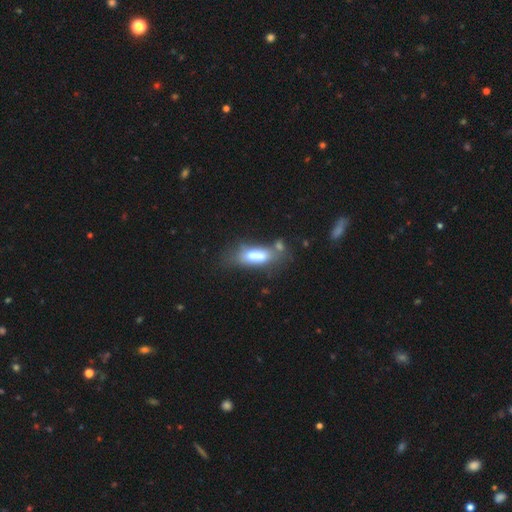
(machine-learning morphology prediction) This appears to be a smooth galaxy with no disk features (63%) that is in between round and cigar-shaped (64%). Merging: merger (34%).